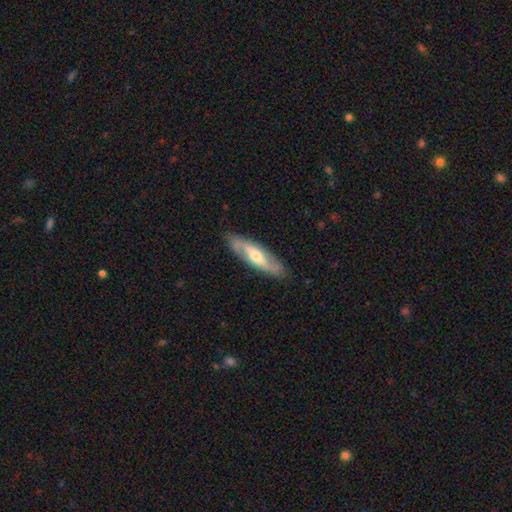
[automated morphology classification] This is likely a featured or disk galaxy (65%). It is likely not viewed edge-on (73%). Merging: clearly none (85%).